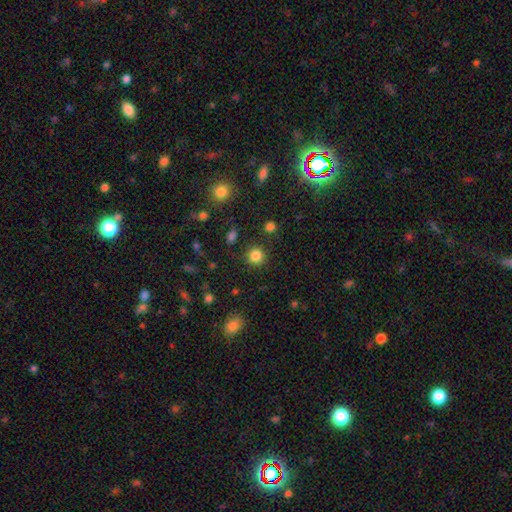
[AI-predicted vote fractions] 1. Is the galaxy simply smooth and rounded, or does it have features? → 83% smooth, 12% star or artifact, 4% featured or disk.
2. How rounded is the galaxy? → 92% round, 7% in between, 1% cigar-shaped.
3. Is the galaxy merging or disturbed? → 88% none, 7% minor disturbance, 3% major disturbance, 2% merger.